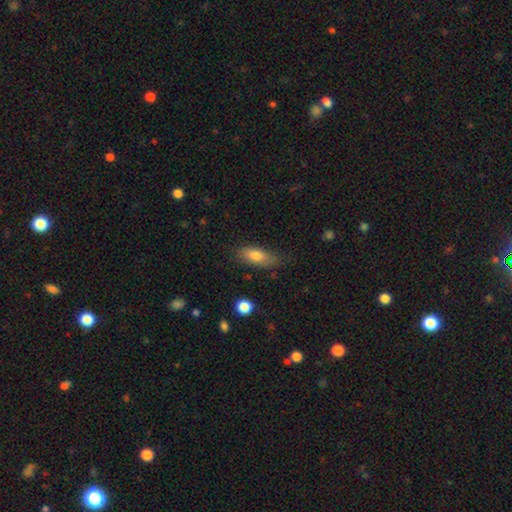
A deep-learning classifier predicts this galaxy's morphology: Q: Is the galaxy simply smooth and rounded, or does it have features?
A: smooth — 78%.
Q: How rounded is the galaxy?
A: in between — 77%.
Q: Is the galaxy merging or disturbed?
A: none — 67%.